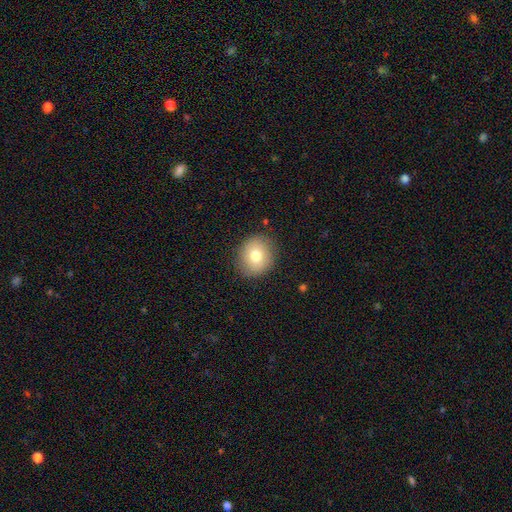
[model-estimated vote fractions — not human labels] Smooth or featured? Predicted: smooth (p=0.75). How rounded? Predicted: round (p=0.78). Merging? Predicted: none (p=0.86).